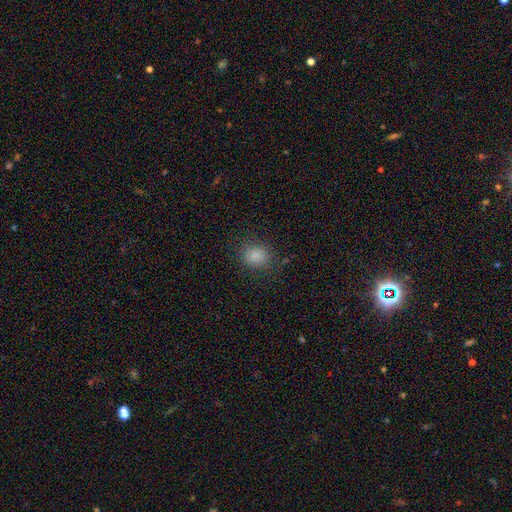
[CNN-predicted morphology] Smooth or featured? smooth (84%)
How rounded? round (66%)
Merging? none (83%)